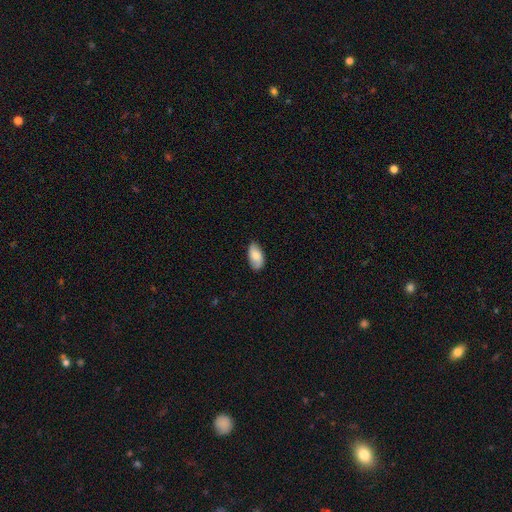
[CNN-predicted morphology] A smooth galaxy with no disk features (78%) that is in between round and cigar-shaped (94%).

Vote fractions:
- Smooth or featured? smooth: 78% / featured or disk: 15% / star or artifact: 6%
- How rounded? in between: 94% / round: 3% / cigar-shaped: 3%
- Merging? none: 81% / minor disturbance: 16% / major disturbance: 3% / merger: 1%